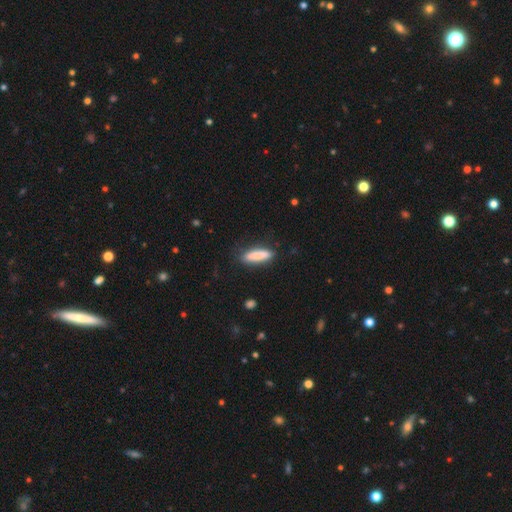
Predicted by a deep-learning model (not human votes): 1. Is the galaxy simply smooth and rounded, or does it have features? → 82% smooth, 12% featured or disk, 6% star or artifact.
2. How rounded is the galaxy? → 70% cigar-shaped, 29% in between, 2% round.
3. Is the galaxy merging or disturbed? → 81% none, 14% minor disturbance, 4% major disturbance, 2% merger.